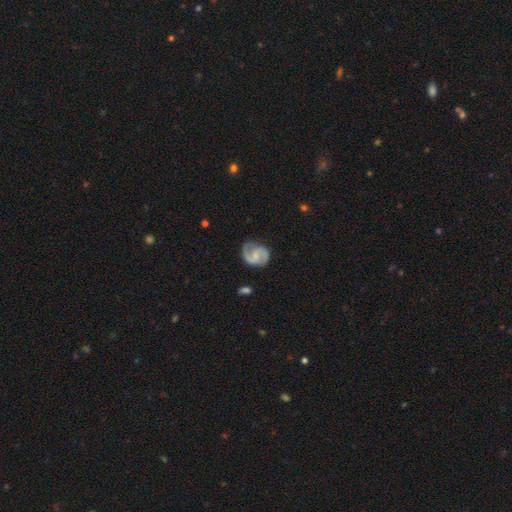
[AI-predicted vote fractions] Smooth or featured? Predicted: featured or disk (p=0.84). Edge-on disk? Predicted: no (p=0.98). Bar? Predicted: weak (p=0.47). Spiral arms? Predicted: yes (p=0.97). Spiral winding? Predicted: medium (p=0.55). Spiral arm count? Predicted: 2 (p=0.91). Bulge size? Predicted: small (p=0.41). Merging? Predicted: none (p=0.77).